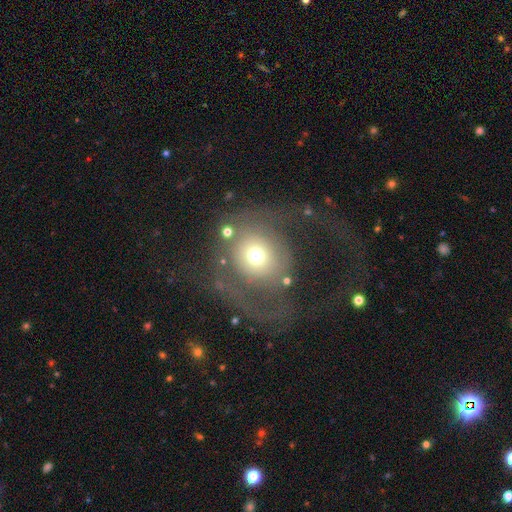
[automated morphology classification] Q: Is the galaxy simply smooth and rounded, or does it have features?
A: smooth — 51%.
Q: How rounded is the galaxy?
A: round — 84%.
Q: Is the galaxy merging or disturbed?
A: major disturbance — 41%.